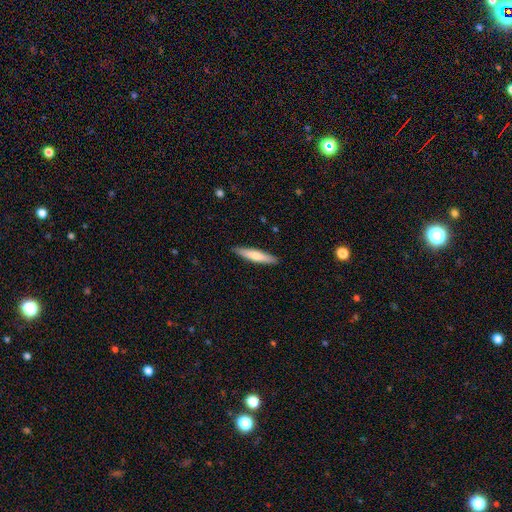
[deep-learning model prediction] A smooth galaxy with no disk features (65%) that is cigar-shaped (87%).

Vote fractions:
- Smooth or featured? smooth: 65% / featured or disk: 30% / star or artifact: 5%
- How rounded? cigar-shaped: 87% / in between: 12% / round: 1%
- Merging? none: 89% / minor disturbance: 8% / major disturbance: 1% / merger: 1%